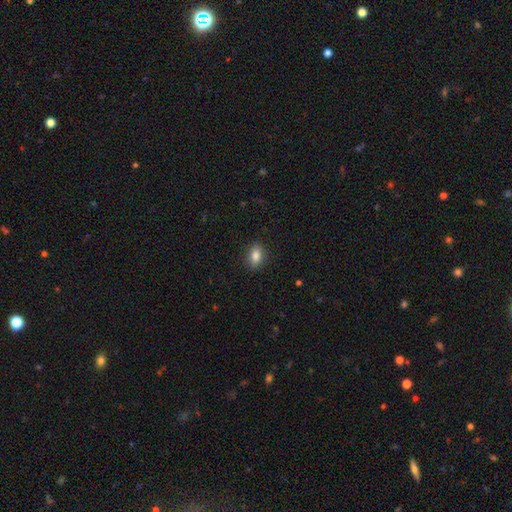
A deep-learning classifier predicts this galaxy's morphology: type=smooth (84%); roundness=in between (82%); merging=none (87%).